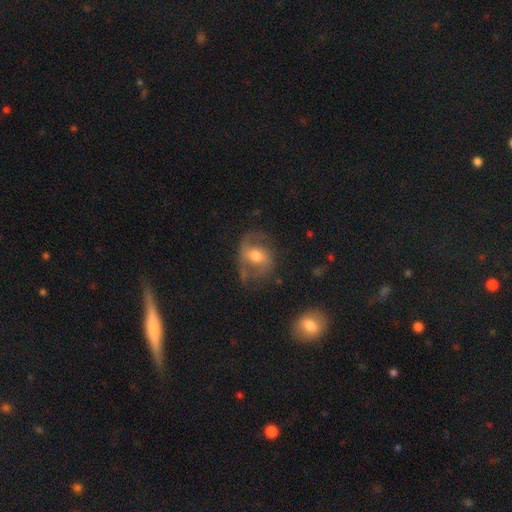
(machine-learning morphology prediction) Smooth or featured? Predicted: featured or disk (p=0.63). Edge-on disk? Predicted: no (p=0.96). Bar? Predicted: weak (p=0.43). Spiral arms? Predicted: yes (p=0.77). Bulge size? Predicted: moderate (p=0.71). Merging? Predicted: none (p=0.58).